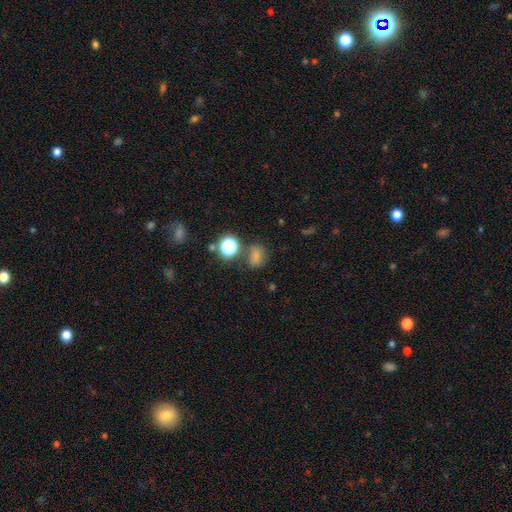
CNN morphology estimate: smooth_or_featured: smooth (p=0.67) [alt: star or artifact p=0.24]
how_rounded: round (p=0.53) [alt: in between p=0.46]
merging: none (p=0.63) [alt: minor disturbance p=0.18]